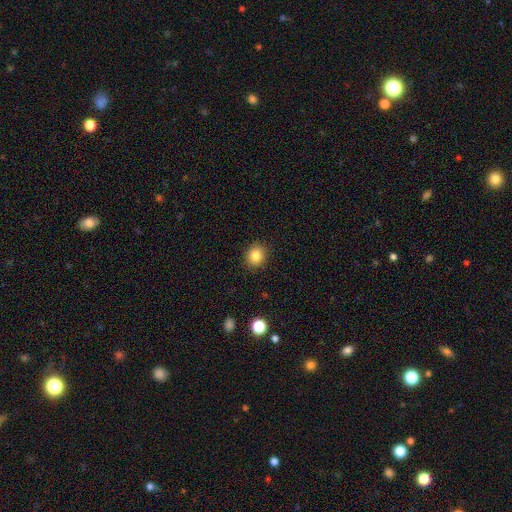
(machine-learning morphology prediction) Smooth or featured: smooth — 83% (star or artifact — 11%)
How rounded: round — 74% (in between — 25%)
Merging: none — 90% (minor disturbance — 7%)